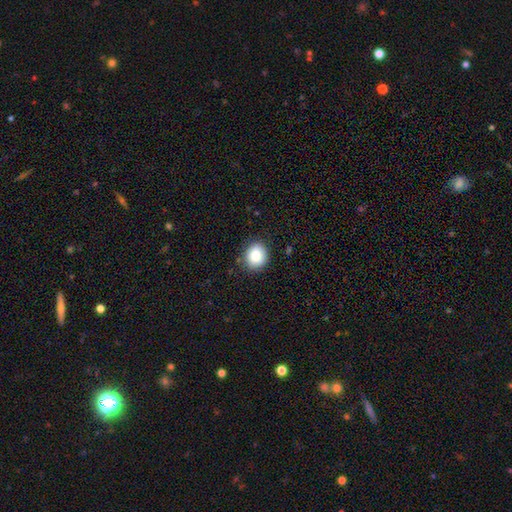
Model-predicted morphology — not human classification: smooth 83%, star or artifact 9%, featured or disk 8%. Down the decision tree: how rounded — round (68%); merging — none (83%).